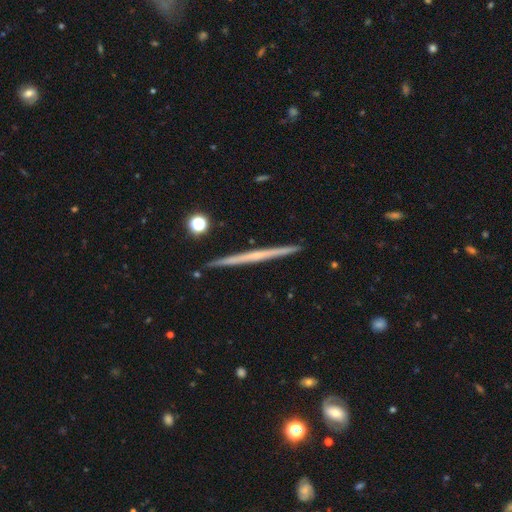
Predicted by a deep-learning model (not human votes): Overall: featured or disk (65%; smooth 29%). Edge-on disk: yes (98%). Edge-on bulge: none (80%). Merging: none (92%).